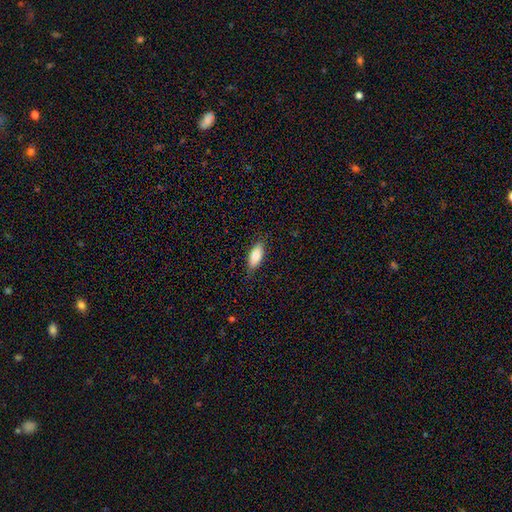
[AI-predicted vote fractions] The model was most divided on "how rounded": in between: 78%, cigar-shaped: 20%, round: 2%. More confident: smooth or featured — smooth (84%); merging — none (83%).